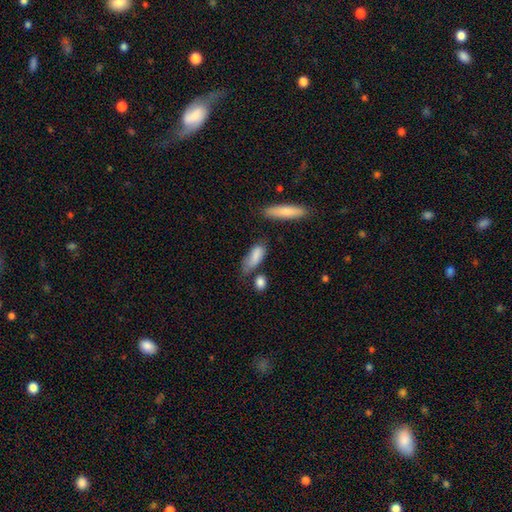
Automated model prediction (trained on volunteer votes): smooth 81%, featured or disk 12%, star or artifact 7%. Down the decision tree: how rounded — in between (70%); merging — none (46%).